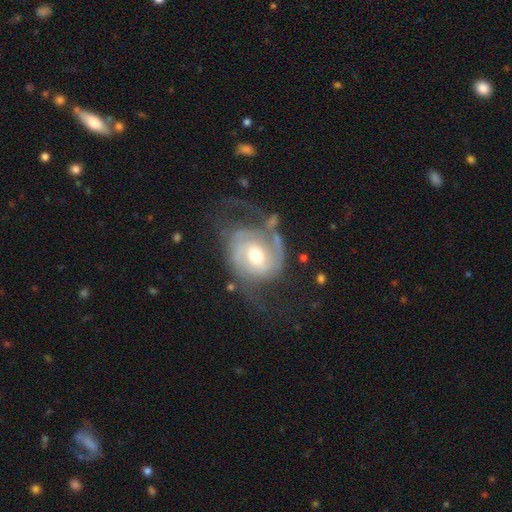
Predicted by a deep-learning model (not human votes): featured or disk 86%, smooth 9%, star or artifact 5%. Down the decision tree: edge-on disk — no (97%); bar — no (56%); spiral arms — yes (93%); spiral arm count — 2 (68%); spiral winding — medium (41%); bulge size — moderate (69%); merging — none (50%).